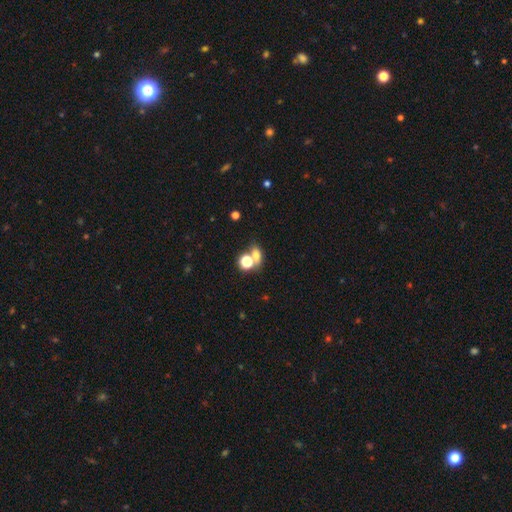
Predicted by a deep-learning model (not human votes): smooth_or_featured: smooth (p=0.64) [alt: star or artifact p=0.22]
how_rounded: in between (p=0.54) [alt: round p=0.40]
merging: none (p=0.48) [alt: merger p=0.38]